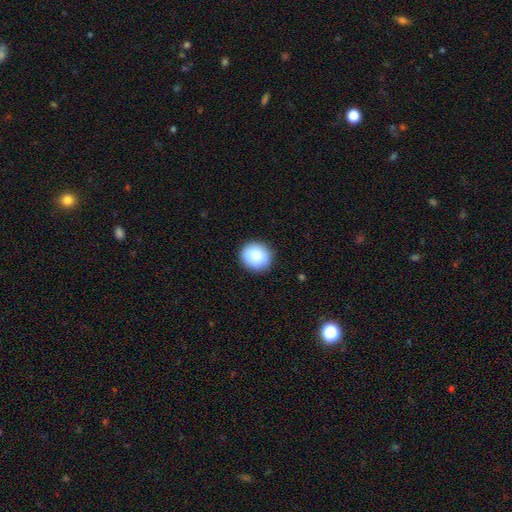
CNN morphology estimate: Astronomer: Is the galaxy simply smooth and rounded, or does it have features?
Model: smooth — 85%.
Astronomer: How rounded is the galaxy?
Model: round — 83%.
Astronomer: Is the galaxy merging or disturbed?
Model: none — 90%.